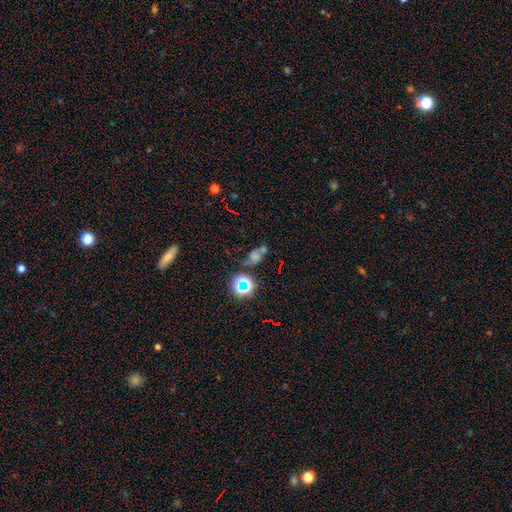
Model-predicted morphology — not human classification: smooth-or-featured: smooth: 41% | star or artifact: 35% | featured or disk: 24%
  merging: none: 40% | merger: 28% | minor disturbance: 17% | major disturbance: 15%